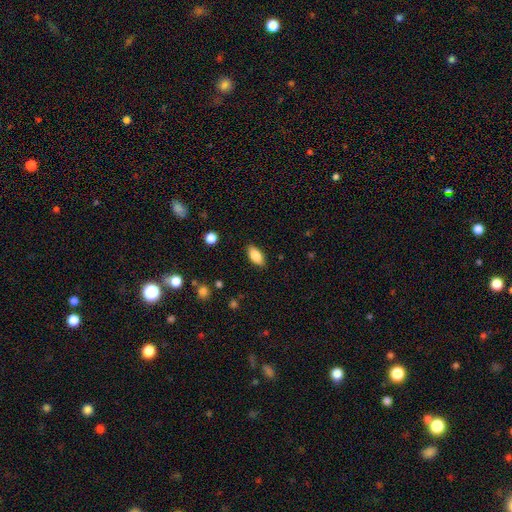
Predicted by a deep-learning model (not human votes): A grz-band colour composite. It shows a smooth galaxy with no disk features (84%) that is in between round and cigar-shaped (89%). Merging: none (86%).